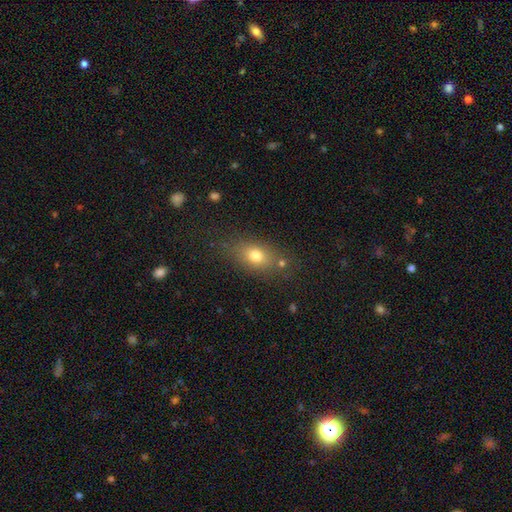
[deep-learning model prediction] smooth-or-featured: smooth: 73% | featured or disk: 14% | star or artifact: 13%
  how-rounded: in between: 67% | round: 27% | cigar-shaped: 6%
  merging: none: 73% | minor disturbance: 15% | merger: 6% | major disturbance: 6%